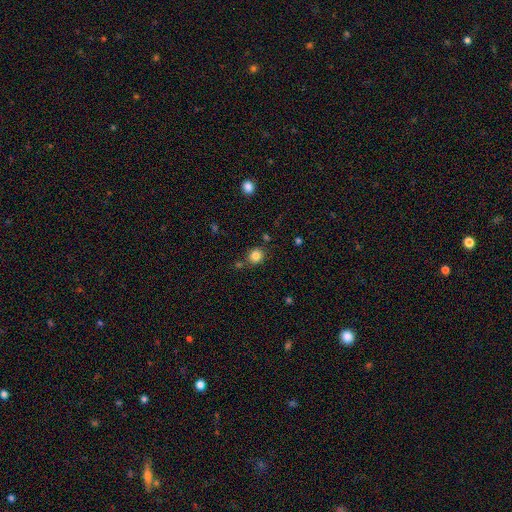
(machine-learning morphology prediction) smooth_or_featured: smooth (p=0.83) [alt: star or artifact p=0.11]
how_rounded: round (p=0.84) [alt: in between p=0.15]
merging: none (p=0.77) [alt: minor disturbance p=0.11]